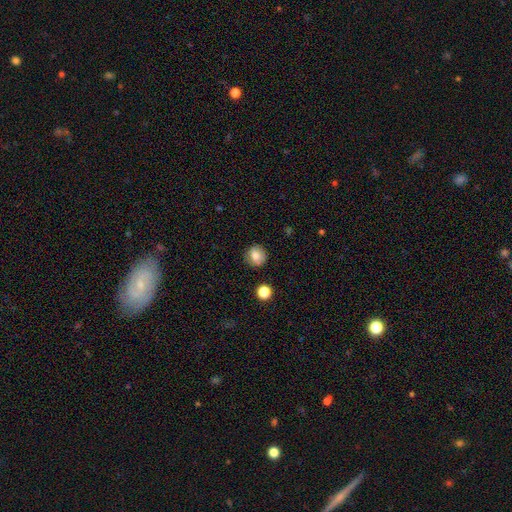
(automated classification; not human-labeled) smooth_or_featured: smooth (p=0.80) [alt: star or artifact p=0.10]
how_rounded: round (p=0.86) [alt: in between p=0.13]
merging: none (p=0.86) [alt: minor disturbance p=0.10]